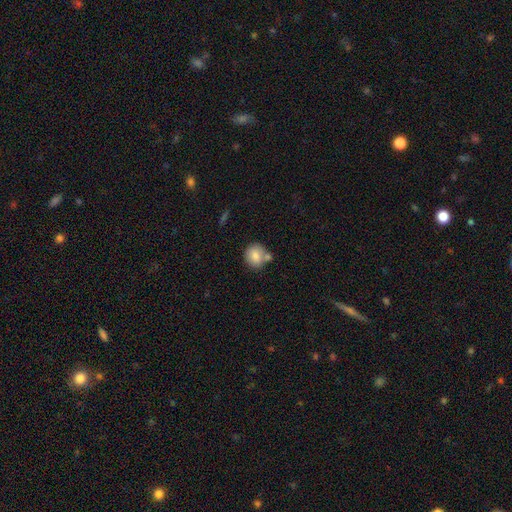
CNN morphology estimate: type=smooth (82%); roundness=round (76%); merging=none (57%).